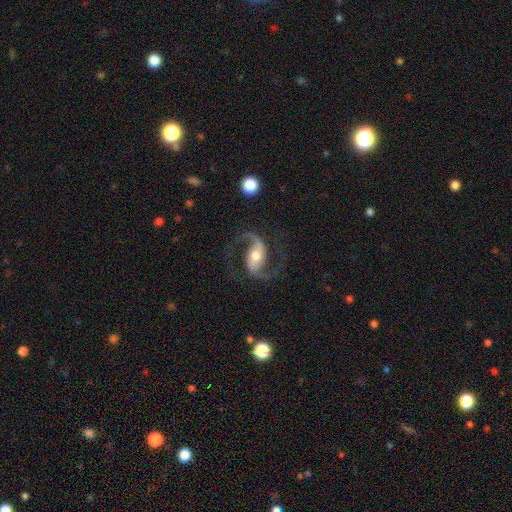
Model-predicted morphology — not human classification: Overall: featured or disk (90%). Edge-on disk: no (97%). Bar: strong (40%; weak 36%). Spiral arms: yes (97%). Spiral arm count: 2 (94%). Spiral winding: medium (48%; loose 44%). Bulge size: moderate (65%). Merging: none (77%).